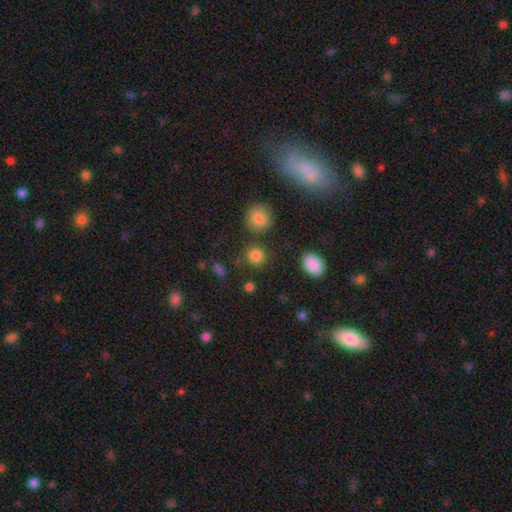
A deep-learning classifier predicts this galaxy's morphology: Smooth or featured? Predicted: smooth (p=0.83). How rounded? Predicted: round (p=0.87). Merging? Predicted: none (p=0.82).